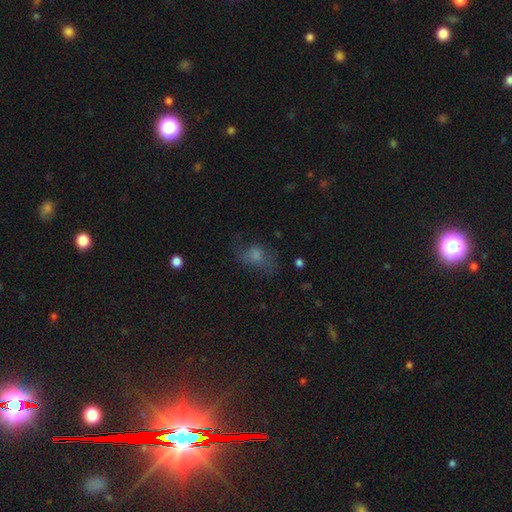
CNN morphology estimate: This is possibly a smooth galaxy (56%). How rounded: likely in between (74%). Merging: marginally none (41%).